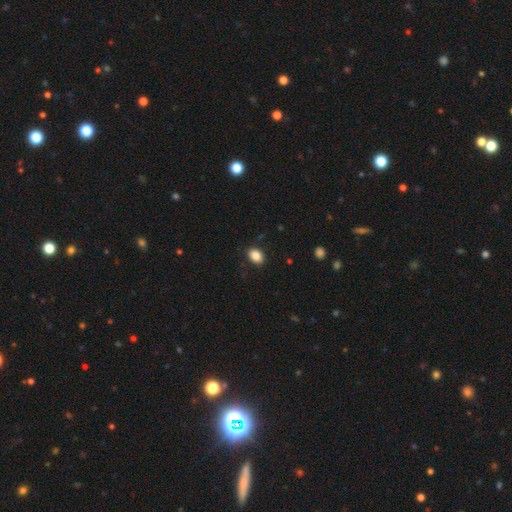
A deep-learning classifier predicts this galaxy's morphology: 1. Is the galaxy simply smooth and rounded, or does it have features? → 87% smooth, 9% star or artifact, 4% featured or disk.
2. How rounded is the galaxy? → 72% in between, 27% round, 1% cigar-shaped.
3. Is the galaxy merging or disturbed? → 85% none, 11% minor disturbance, 3% major disturbance, 1% merger.